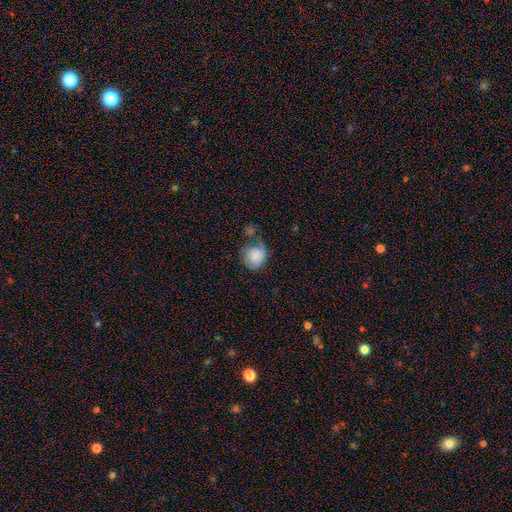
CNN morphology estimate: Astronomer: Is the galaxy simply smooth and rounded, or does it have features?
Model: smooth — 79%.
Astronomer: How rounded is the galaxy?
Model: round — 78%.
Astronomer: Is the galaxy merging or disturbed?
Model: none — 39% (runner-up: minor disturbance, 29%).